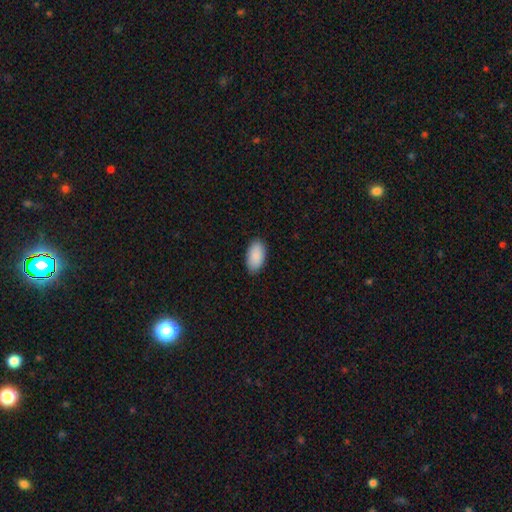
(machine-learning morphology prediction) smooth-or-featured: smooth: 91% | star or artifact: 6% | featured or disk: 4%
  how-rounded: in between: 96% | round: 2% | cigar-shaped: 2%
  merging: none: 88% | minor disturbance: 9% | major disturbance: 2% | merger: 1%